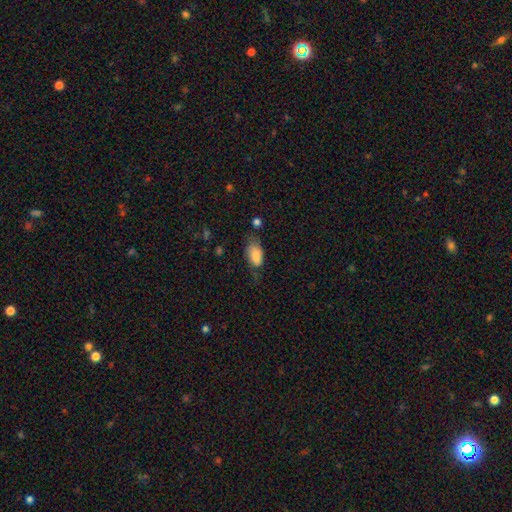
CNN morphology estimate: type=smooth (81%); roundness=in between (93%); merging=none (46%).